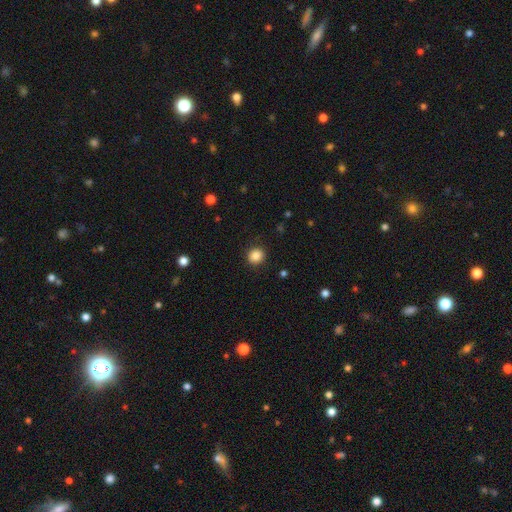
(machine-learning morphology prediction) This is clearly a smooth galaxy (86%). How rounded: clearly round (90%). Merging: clearly none (90%).